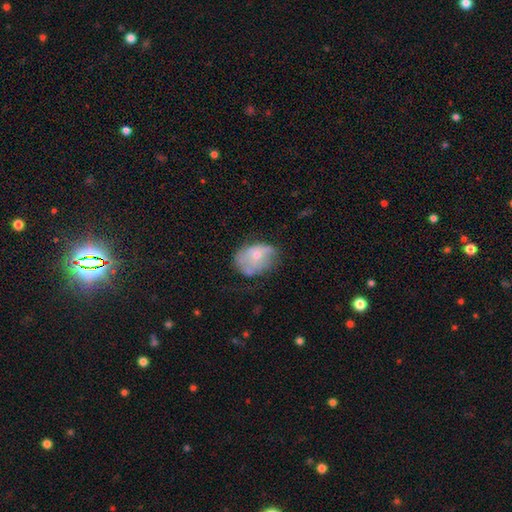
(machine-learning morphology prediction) Smooth or featured? featured or disk (46%)
Merging? none (39%)